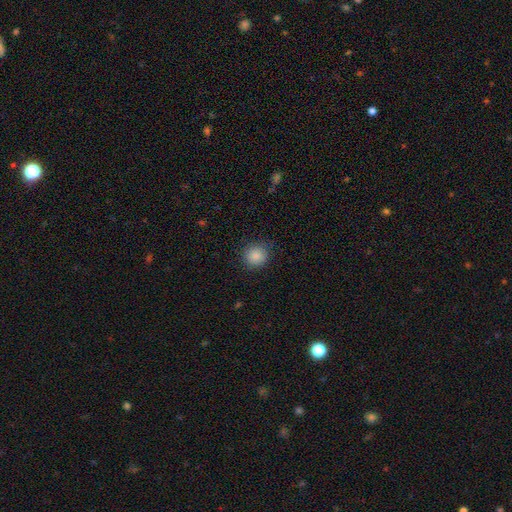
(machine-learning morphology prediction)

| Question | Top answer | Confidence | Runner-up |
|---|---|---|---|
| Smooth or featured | smooth | 87% | star or artifact (9%) |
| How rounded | round | 88% | in between (11%) |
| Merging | none | 85% | minor disturbance (11%) |